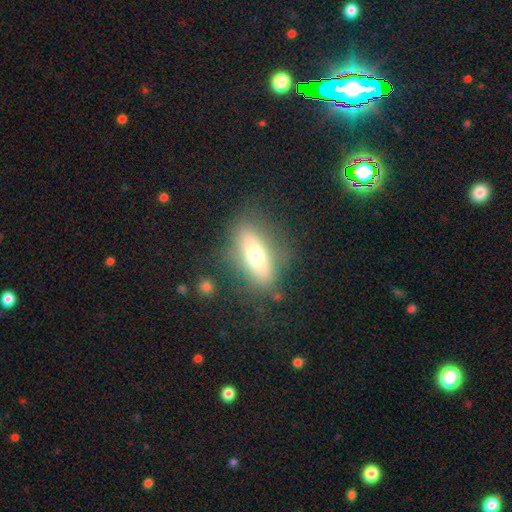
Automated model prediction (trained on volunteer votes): This is possibly a smooth galaxy (56%). How rounded: likely in between (61%). Merging: likely none (74%).